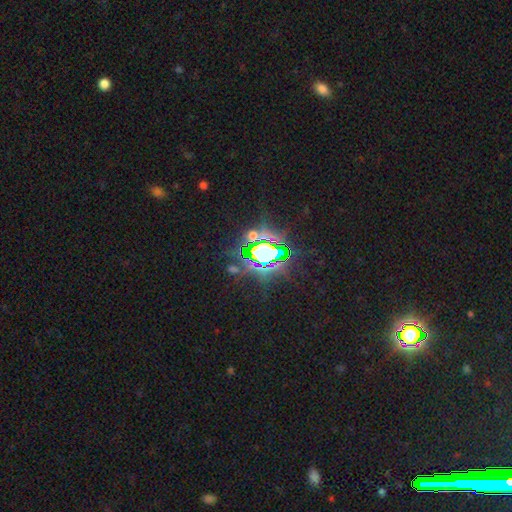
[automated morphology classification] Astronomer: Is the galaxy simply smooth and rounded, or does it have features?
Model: star or artifact — 76%.